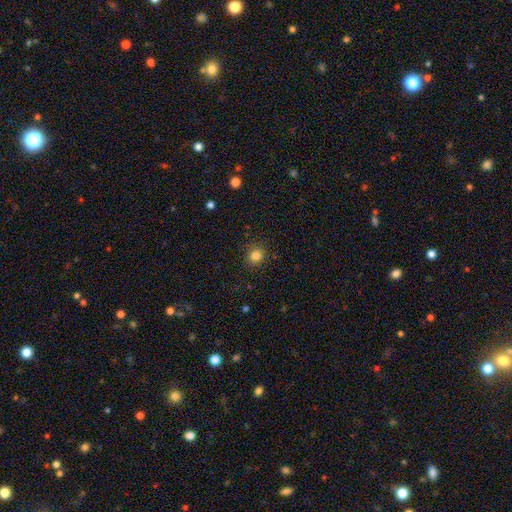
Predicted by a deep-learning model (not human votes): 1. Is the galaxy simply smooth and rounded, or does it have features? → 83% smooth, 12% star or artifact, 5% featured or disk.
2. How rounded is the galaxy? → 82% round, 17% in between, 1% cigar-shaped.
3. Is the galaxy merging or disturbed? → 87% none, 9% minor disturbance, 3% major disturbance, 1% merger.